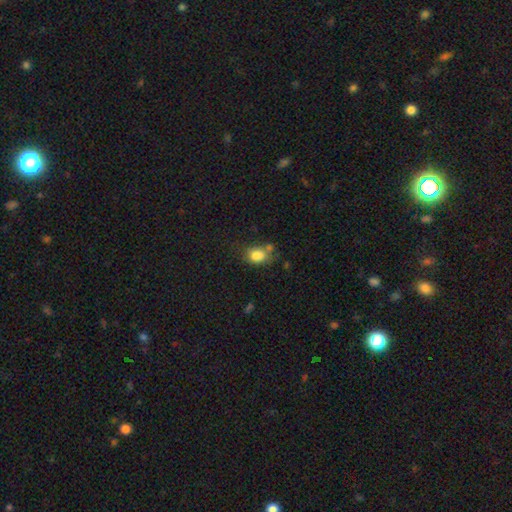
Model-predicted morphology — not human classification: A smooth galaxy with no disk features (82%) that is in between round and cigar-shaped (63%). Merging: none (54%).